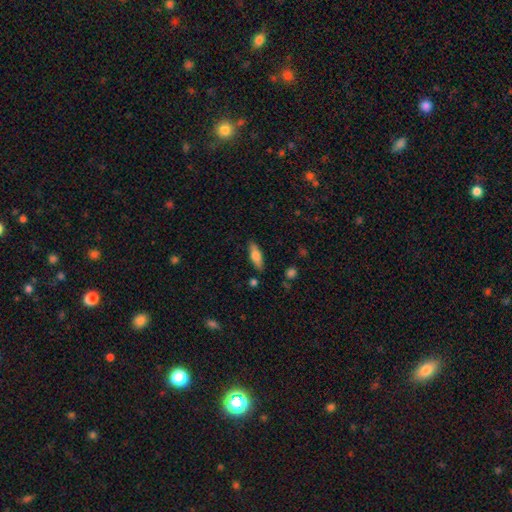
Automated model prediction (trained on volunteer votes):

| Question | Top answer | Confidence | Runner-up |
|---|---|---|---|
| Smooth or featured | smooth | 69% | featured or disk (24%) |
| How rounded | in between | 53% | cigar-shaped (45%) |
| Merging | none | 84% | minor disturbance (12%) |